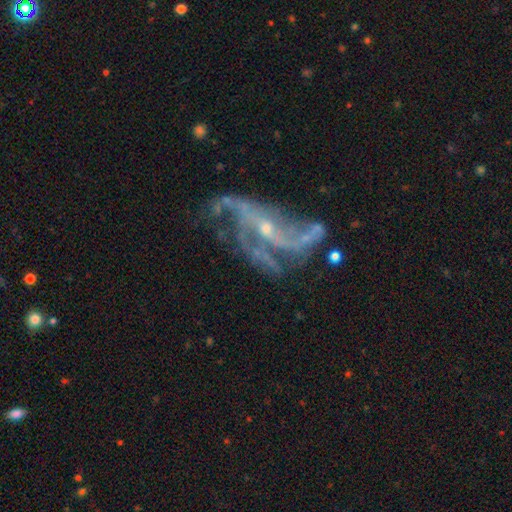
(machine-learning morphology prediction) Q: Smooth or featured?
A: featured or disk (87%); runner-up: star or artifact (9%)
Q: Edge-on disk?
A: no (96%); runner-up: yes (4%)
Q: Bar?
A: no (52%); runner-up: weak (32%)
Q: Spiral arms?
A: yes (93%); runner-up: no (7%)
Q: Spiral winding?
A: loose (55%); runner-up: medium (33%)
Q: Spiral arm count?
A: 3 (31%); runner-up: 2 (26%)
Q: Bulge size?
A: small (72%); runner-up: moderate (24%)
Q: Merging?
A: none (44%); runner-up: major disturbance (29%)